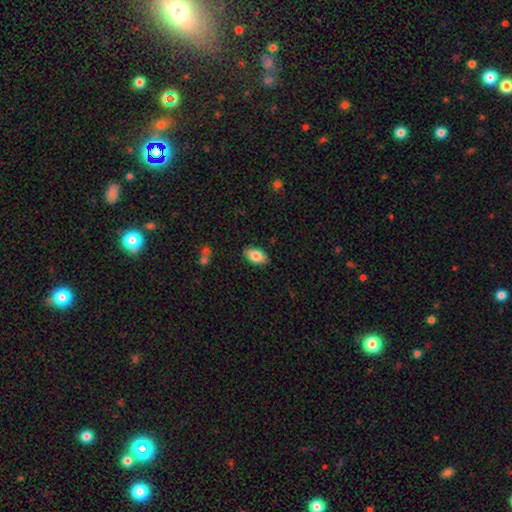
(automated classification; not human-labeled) Smooth or featured? smooth (82%)
How rounded? in between (93%)
Merging? none (87%)